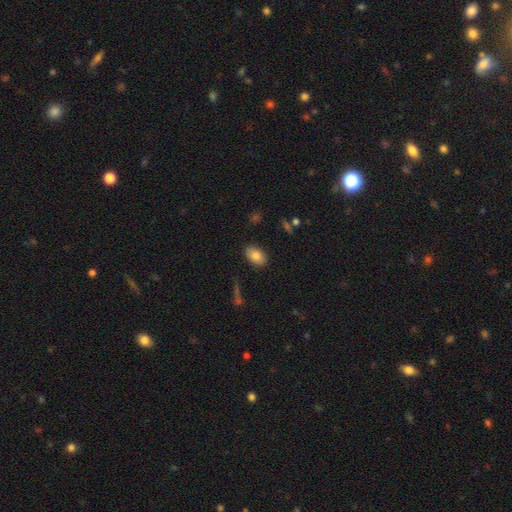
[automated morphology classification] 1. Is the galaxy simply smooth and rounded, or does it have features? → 81% smooth, 11% featured or disk, 8% star or artifact.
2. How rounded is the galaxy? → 89% in between, 9% round, 1% cigar-shaped.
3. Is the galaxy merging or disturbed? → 87% none, 9% minor disturbance, 2% major disturbance, 2% merger.